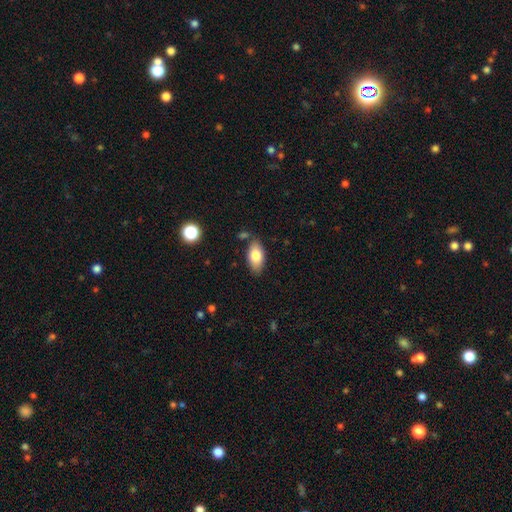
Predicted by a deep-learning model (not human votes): Morphology: type=smooth (80%); roundness=in between (93%); merging=none (79%).